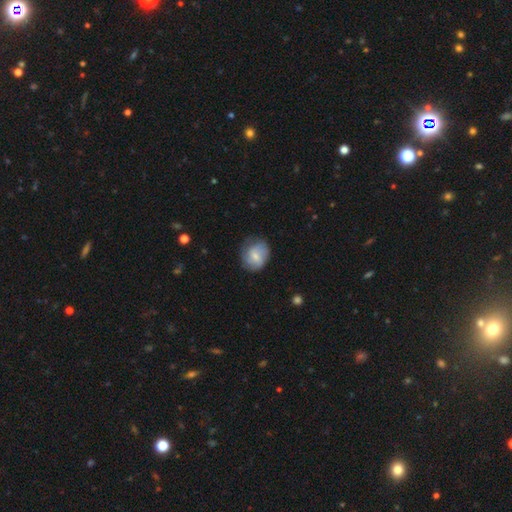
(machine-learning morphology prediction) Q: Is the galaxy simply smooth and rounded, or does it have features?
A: smooth — 59%.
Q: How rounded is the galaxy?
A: round — 64%.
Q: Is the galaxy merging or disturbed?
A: none — 65%.